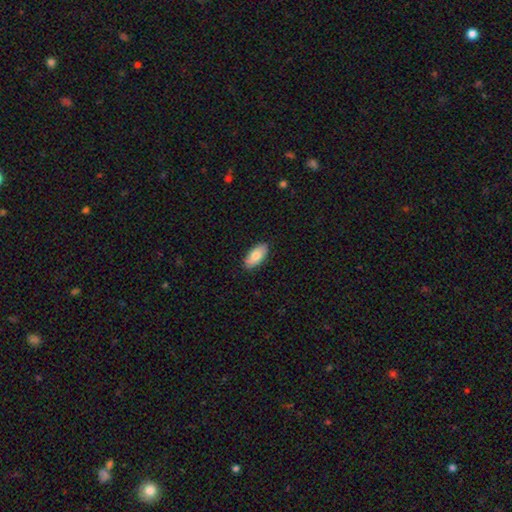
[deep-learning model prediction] Smooth or featured? Predicted: smooth (p=0.80). How rounded? Predicted: in between (p=0.92). Merging? Predicted: none (p=0.86).